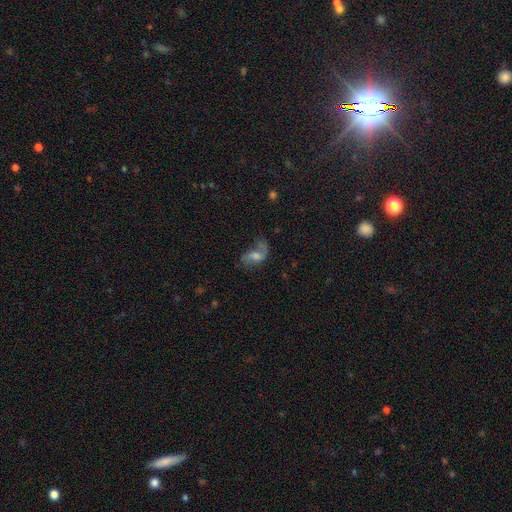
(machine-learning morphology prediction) A featured or disk galaxy (65%) with no bar (48%), 2 (71%) loose (69%) spiral arms (86%) and a moderate central bulge (47%).

Vote fractions:
- Smooth or featured? featured or disk: 65% / smooth: 24% / star or artifact: 11%
- Edge-on disk? no: 96% / yes: 4%
- Bar? no: 48% / weak: 41% / strong: 11%
- Spiral arms? yes: 86% / no: 14%
- Spiral winding? loose: 69% / medium: 24% / tight: 7%
- Spiral arm count? 2: 71% / 1: 20% / can't tell: 6% / 3: 1% / 4: 1% / more than 4: 1%
- Bulge size? moderate: 47% / small: 31% / none: 10% / large: 10% / dominant: 2%
- Merging? none: 46% / major disturbance: 28% / minor disturbance: 21% / merger: 4%